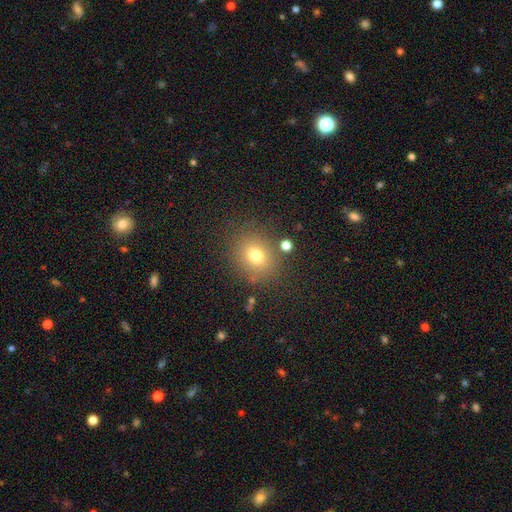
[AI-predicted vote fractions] This appears to be a smooth galaxy with no disk features (74%) that is round (64%). Merging: none (79%).